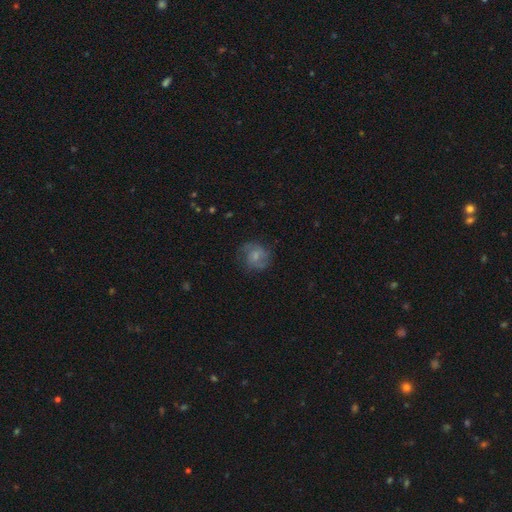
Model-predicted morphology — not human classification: Smooth or featured?
  - smooth: 52% *
  - featured or disk: 39%
  - star or artifact: 9%
How rounded?
  - round: 78% *
  - in between: 21%
  - cigar-shaped: 1%
Merging?
  - none: 68% *
  - minor disturbance: 20%
  - major disturbance: 11%
  - merger: 1%